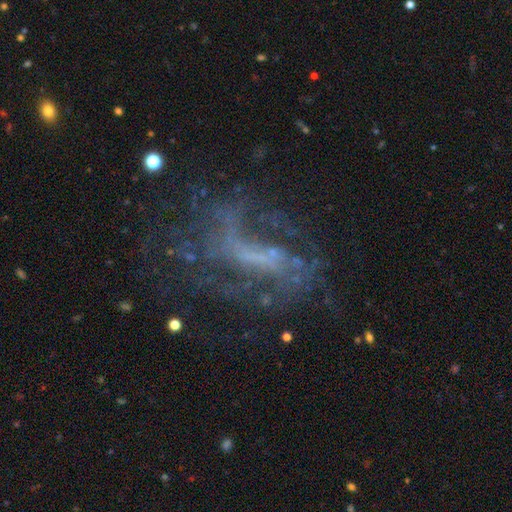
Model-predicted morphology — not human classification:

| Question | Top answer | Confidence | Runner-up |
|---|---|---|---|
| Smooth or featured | featured or disk | 67% | star or artifact (20%) |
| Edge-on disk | no | 94% | yes (6%) |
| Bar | no | 46% | weak (32%) |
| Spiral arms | yes | 58% | no (42%) |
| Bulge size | none | 65% | small (21%) |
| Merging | none | 43% | major disturbance (35%) |